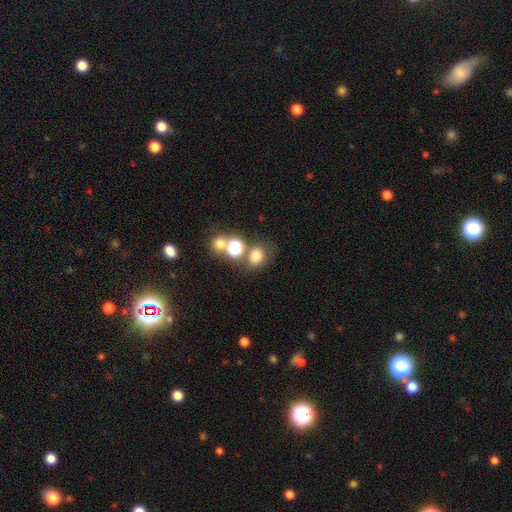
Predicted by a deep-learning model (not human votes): This appears to be a smooth galaxy with no disk features (73%) that is round (59%). Merging: none (59%).